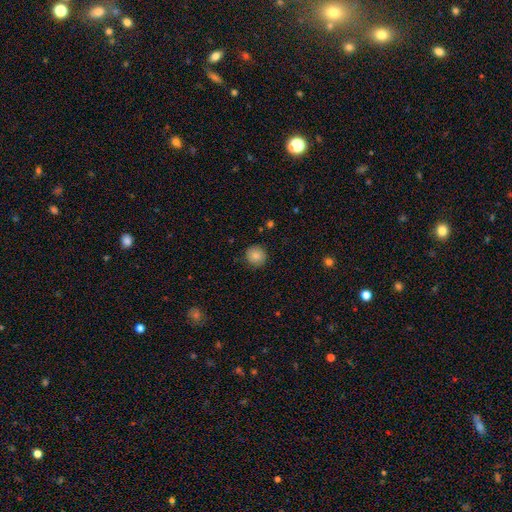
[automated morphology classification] smooth_or_featured: smooth (p=0.81) [alt: featured or disk p=0.10]
how_rounded: round (p=0.93) [alt: in between p=0.06]
merging: none (p=0.86) [alt: minor disturbance p=0.10]